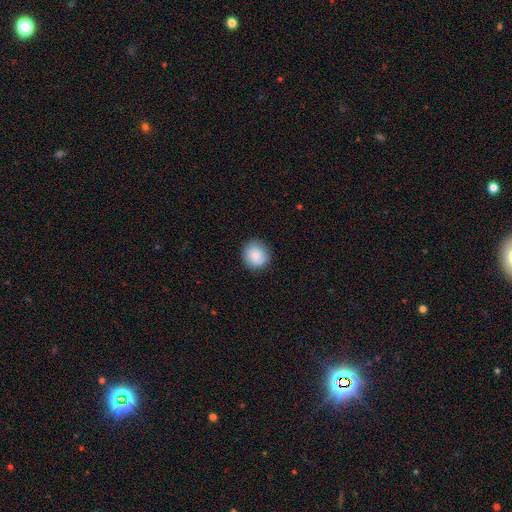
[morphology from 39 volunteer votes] This is clearly a smooth galaxy (82%). How rounded: clearly round (88%). Merging: likely none (70%).